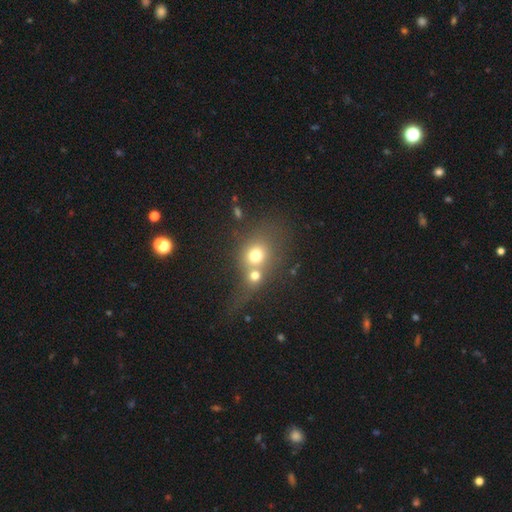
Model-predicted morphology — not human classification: smooth_or_featured: smooth (p=0.68) [alt: featured or disk p=0.18]
how_rounded: round (p=0.71) [alt: in between p=0.27]
merging: merger (p=0.61) [alt: none p=0.25]